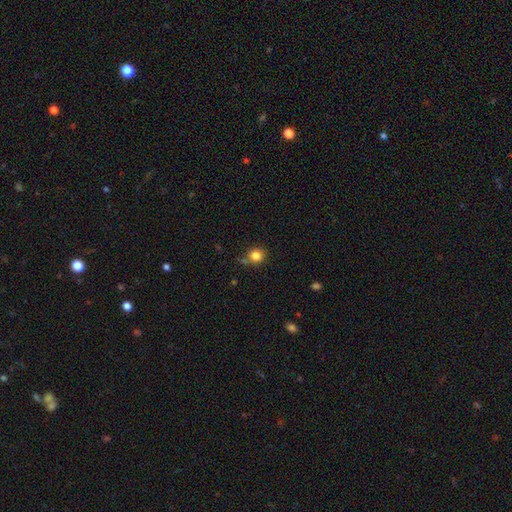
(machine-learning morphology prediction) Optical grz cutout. It shows a smooth galaxy with no disk features (83%) that is round (84%). Merging: none (71%).